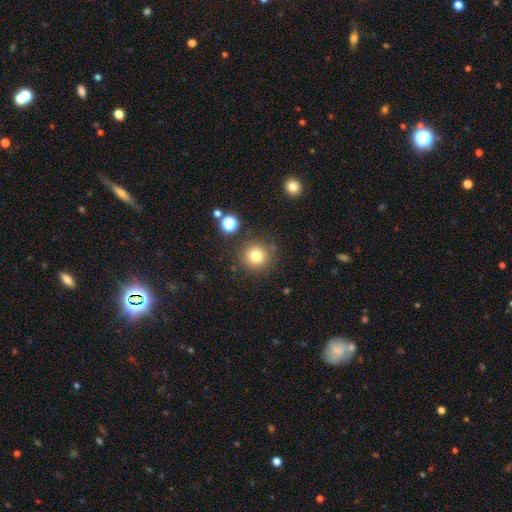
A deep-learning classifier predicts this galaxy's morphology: A smooth galaxy with no disk features (79%) that is round (95%). Merging: none (85%).